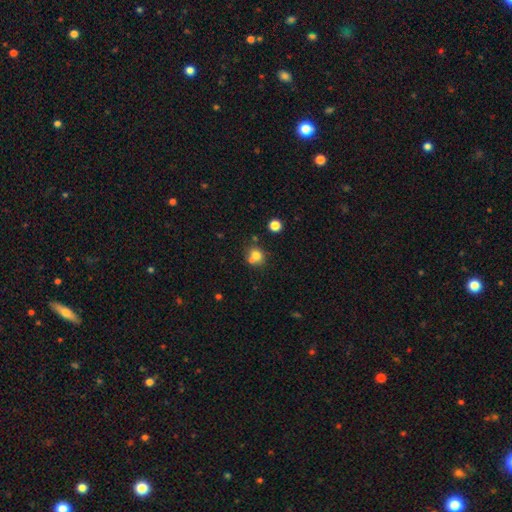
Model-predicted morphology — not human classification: Smooth or featured? Predicted: smooth (p=0.74). How rounded? Predicted: round (p=0.78). Merging? Predicted: none (p=0.52).